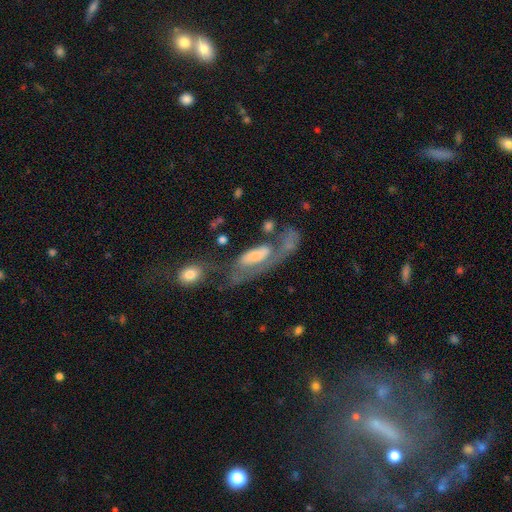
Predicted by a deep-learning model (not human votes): Smooth or featured? Predicted: featured or disk (p=0.62). Edge-on disk? Predicted: no (p=0.87). Bar? Predicted: no (p=0.54). Spiral arms? Predicted: yes (p=0.63). Bulge size? Predicted: moderate (p=0.36). Merging? Predicted: major disturbance (p=0.42).